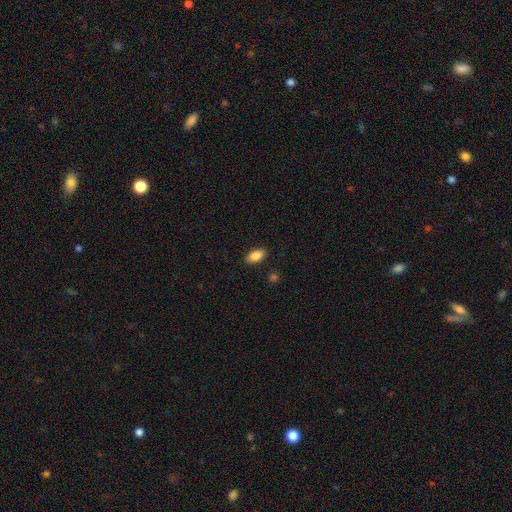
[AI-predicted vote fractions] smooth 87%, star or artifact 7%, featured or disk 5%. Down the decision tree: how rounded — in between (92%); merging — none (89%).